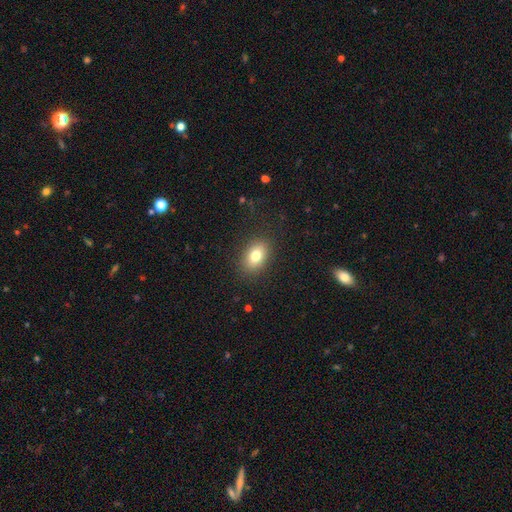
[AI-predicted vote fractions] This is likely a smooth galaxy (79%). How rounded: clearly in between (81%). Merging: clearly none (87%).